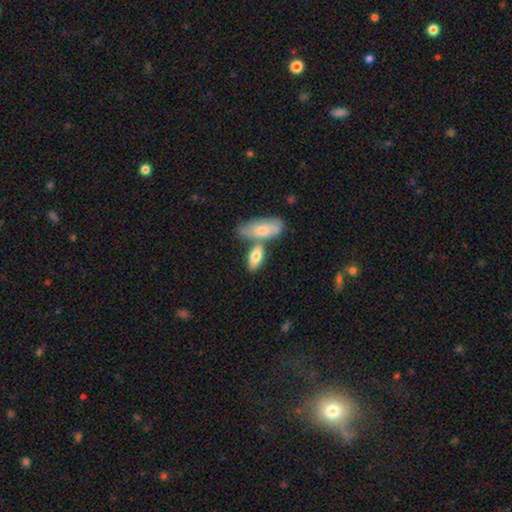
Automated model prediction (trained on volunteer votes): Overall: smooth (75%). How rounded: in between (80%). Merging: none (44%; merger 40%).